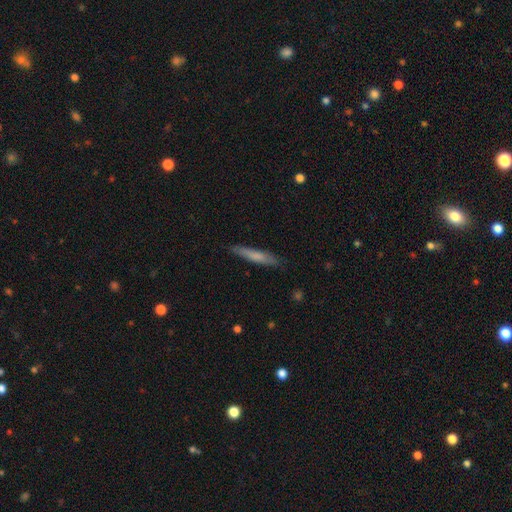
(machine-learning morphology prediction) smooth 70%, featured or disk 24%, star or artifact 6%. Down the decision tree: how rounded — cigar-shaped (91%); merging — none (85%).